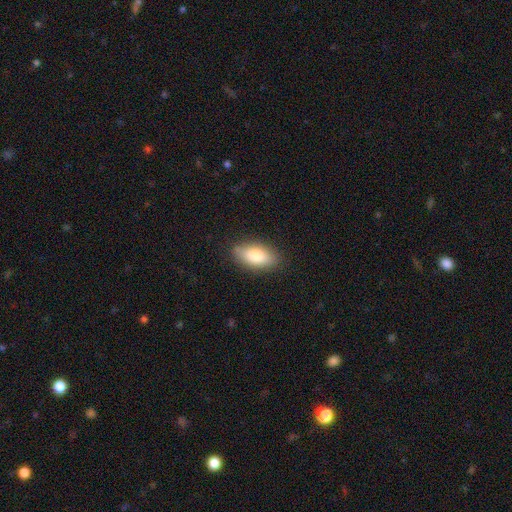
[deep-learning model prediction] The model was most divided on "smooth or featured": smooth: 80%, featured or disk: 13%, star or artifact: 7%. More confident: how rounded — in between (88%); merging — none (85%).